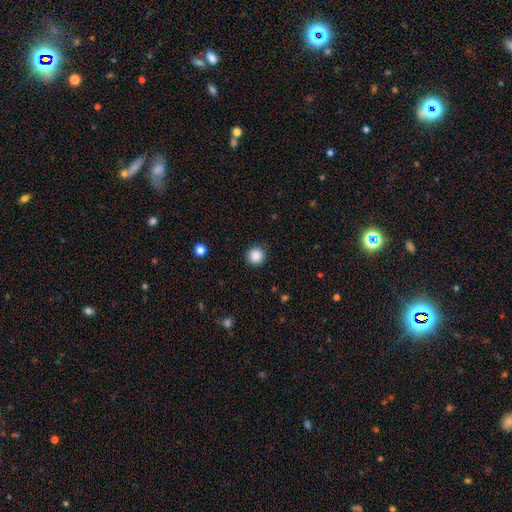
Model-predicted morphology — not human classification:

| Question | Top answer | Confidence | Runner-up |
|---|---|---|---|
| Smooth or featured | smooth | 87% | star or artifact (10%) |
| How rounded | round | 95% | in between (4%) |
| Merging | none | 91% | minor disturbance (6%) |